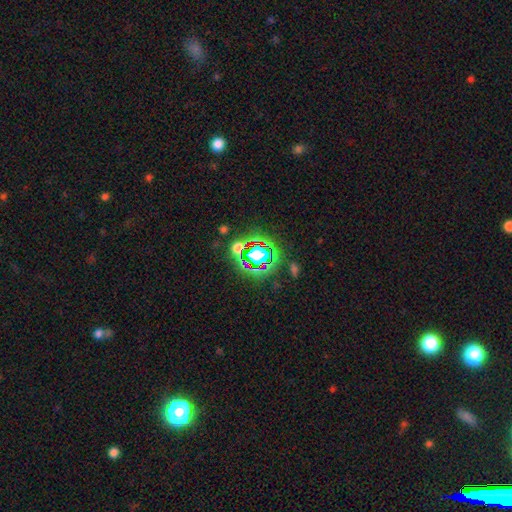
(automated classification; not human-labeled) smooth_or_featured: star or artifact (p=0.76) [alt: smooth p=0.15]